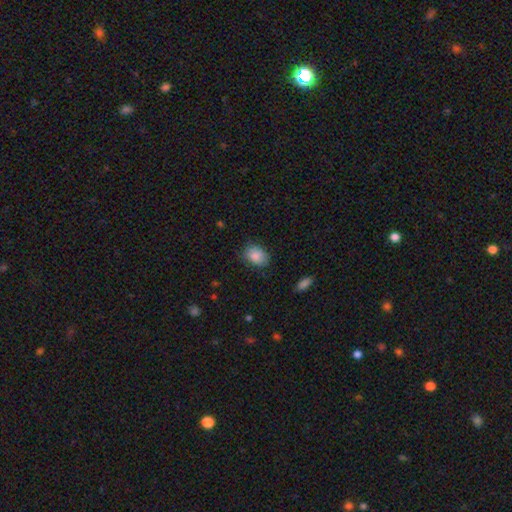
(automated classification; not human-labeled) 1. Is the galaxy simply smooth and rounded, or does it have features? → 87% smooth, 8% star or artifact, 5% featured or disk.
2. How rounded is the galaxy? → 74% in between, 25% round, 1% cigar-shaped.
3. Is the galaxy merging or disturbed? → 77% none, 18% minor disturbance, 4% major disturbance, 1% merger.